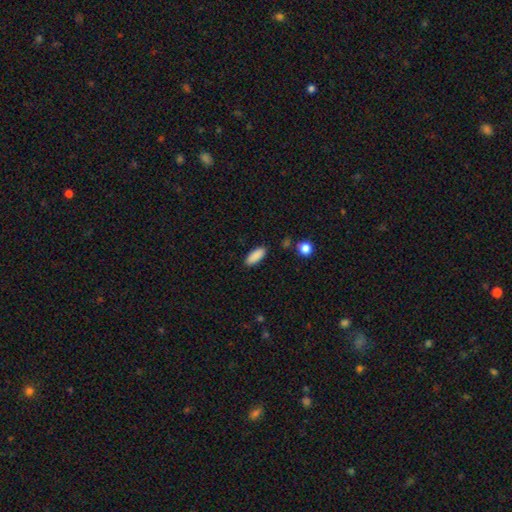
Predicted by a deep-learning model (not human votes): Smooth or featured? smooth (89%)
How rounded? in between (74%)
Merging? none (87%)